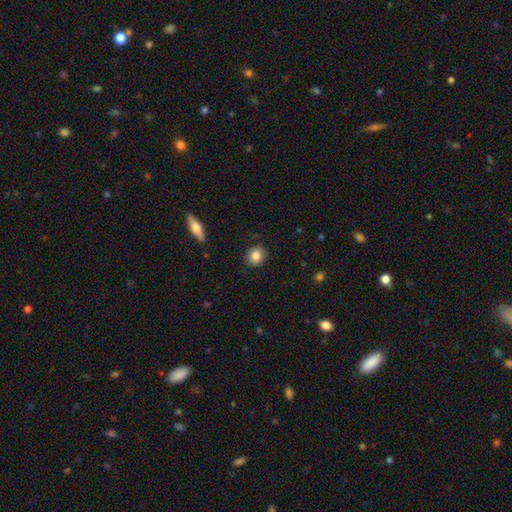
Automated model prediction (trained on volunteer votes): Q: Smooth or featured?
A: smooth (84%); runner-up: star or artifact (8%)
Q: How rounded?
A: round (72%); runner-up: in between (27%)
Q: Merging?
A: none (88%); runner-up: minor disturbance (8%)